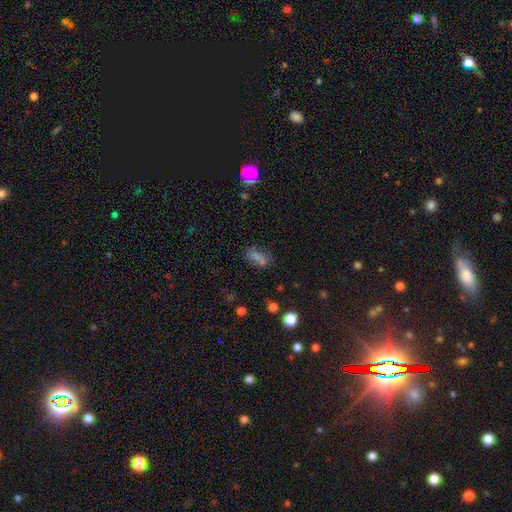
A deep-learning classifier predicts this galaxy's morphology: Smooth or featured? smooth (61%)
How rounded? in between (72%)
Merging? none (58%)